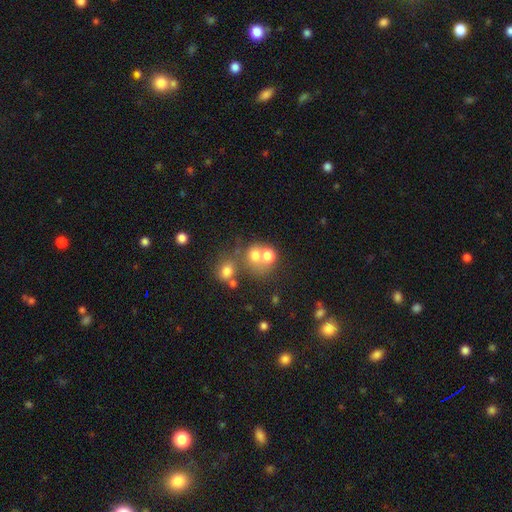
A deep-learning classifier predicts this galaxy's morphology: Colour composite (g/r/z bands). It shows a smooth galaxy with no disk features (67%) that is round (74%). Merging: merger (52%).